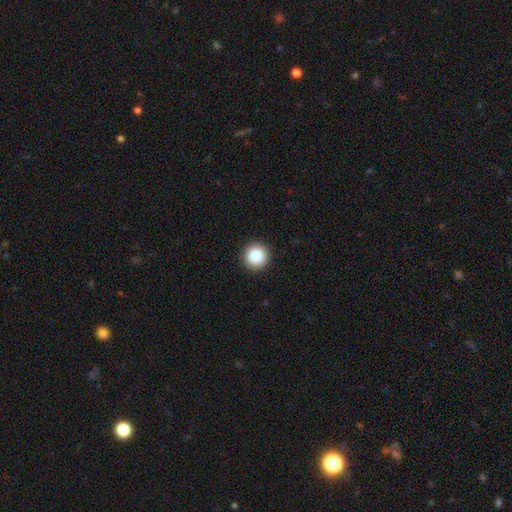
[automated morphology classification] smooth-or-featured: smooth: 87% | star or artifact: 9% | featured or disk: 3%
  how-rounded: round: 95% | in between: 4% | cigar-shaped: 1%
  merging: none: 93% | minor disturbance: 5% | major disturbance: 2% | merger: 1%